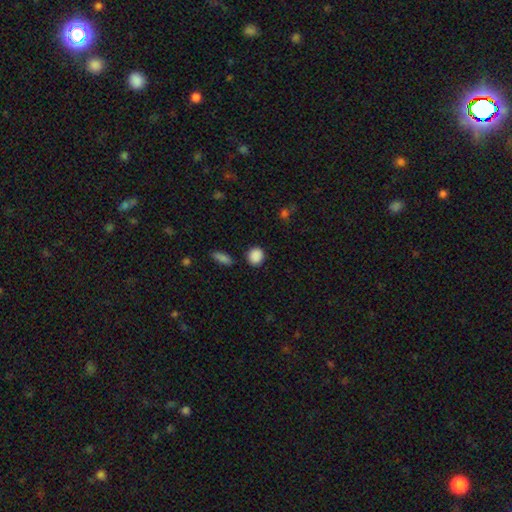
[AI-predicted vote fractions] A smooth galaxy with no disk features (88%) that is round (80%). Merging: none (87%).